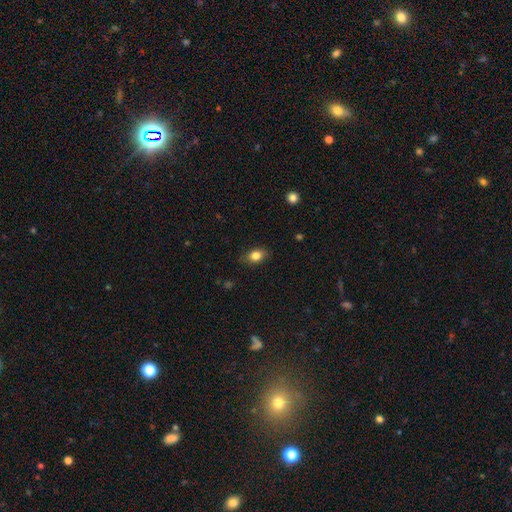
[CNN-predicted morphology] smooth_or_featured: smooth (p=0.83) [alt: star or artifact p=0.09]
how_rounded: in between (p=0.75) [alt: round p=0.23]
merging: none (p=0.83) [alt: minor disturbance p=0.13]